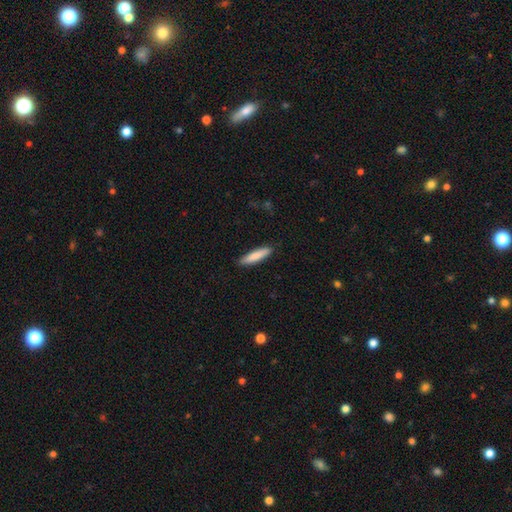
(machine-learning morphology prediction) A smooth galaxy with no disk features (81%) that is cigar-shaped (82%).

Vote fractions:
- Smooth or featured? smooth: 81% / featured or disk: 14% / star or artifact: 5%
- How rounded? cigar-shaped: 82% / in between: 17% / round: 1%
- Merging? none: 89% / minor disturbance: 8% / major disturbance: 2% / merger: 1%